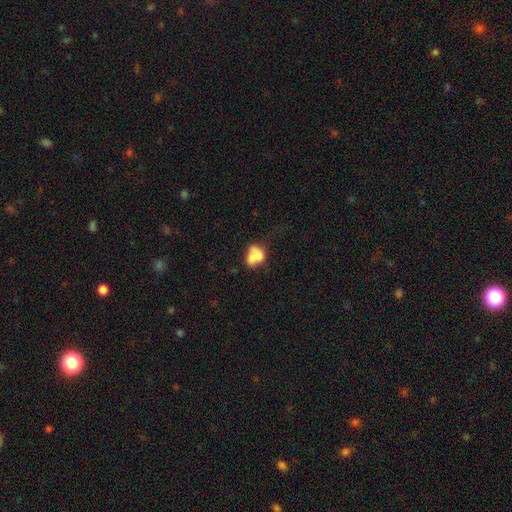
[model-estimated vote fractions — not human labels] Smooth or featured? Predicted: smooth (p=0.63). How rounded? Predicted: in between (p=0.64). Merging? Predicted: merger (p=0.63).